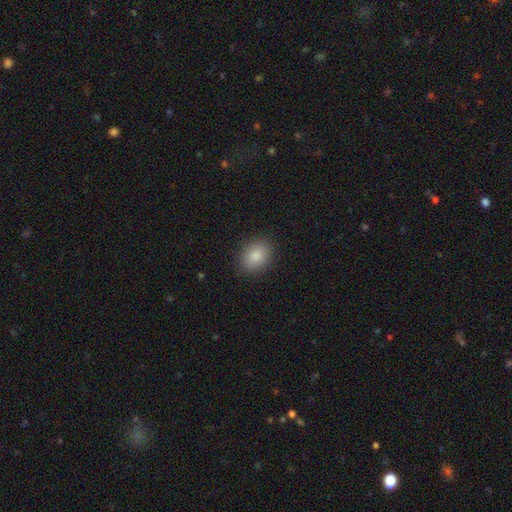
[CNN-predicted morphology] A smooth galaxy with no disk features (87%) that is in between round and cigar-shaped (56%).

Vote fractions:
- Smooth or featured? smooth: 87% / star or artifact: 8% / featured or disk: 5%
- How rounded? in between: 56% / round: 43% / cigar-shaped: 1%
- Merging? none: 88% / minor disturbance: 9% / major disturbance: 3% / merger: 1%